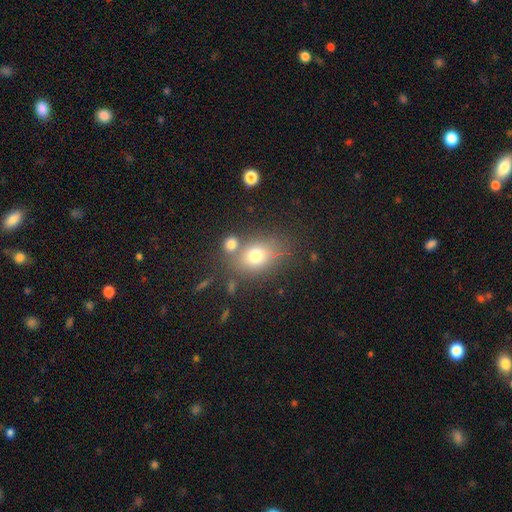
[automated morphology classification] type=smooth (74%); roundness=in between (60%); merging=none (61%).